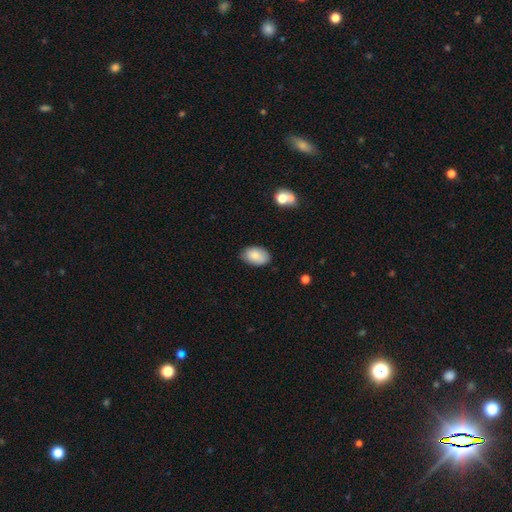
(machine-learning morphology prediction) Smooth or featured? Predicted: smooth (p=0.82). How rounded? Predicted: in between (p=0.90). Merging? Predicted: none (p=0.81).